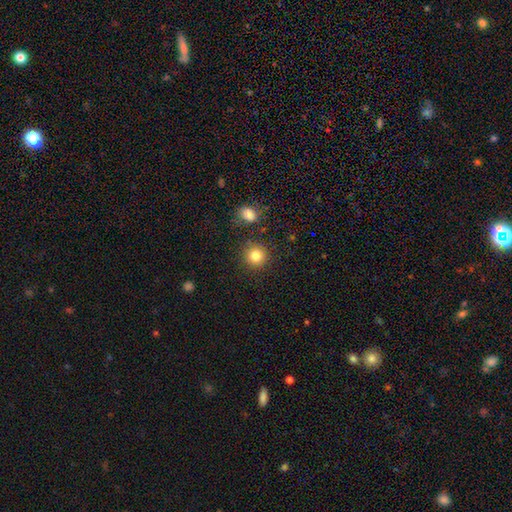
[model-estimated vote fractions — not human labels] smooth-or-featured: smooth: 83% | star or artifact: 11% | featured or disk: 6%
  how-rounded: round: 92% | in between: 7% | cigar-shaped: 1%
  merging: none: 85% | minor disturbance: 8% | merger: 4% | major disturbance: 3%